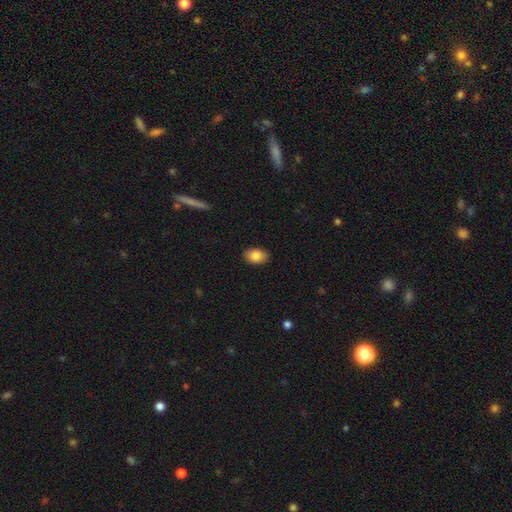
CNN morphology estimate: Smooth or featured?
  - smooth: 85% *
  - featured or disk: 8%
  - star or artifact: 8%
How rounded?
  - in between: 86% *
  - round: 13%
  - cigar-shaped: 1%
Merging?
  - none: 88% *
  - minor disturbance: 9%
  - major disturbance: 2%
  - merger: 1%